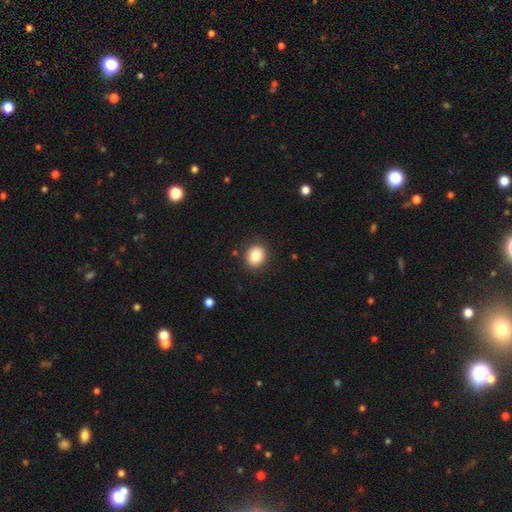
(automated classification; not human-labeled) Smooth or featured?
  - smooth: 85% *
  - star or artifact: 9%
  - featured or disk: 6%
How rounded?
  - round: 66% *
  - in between: 34%
  - cigar-shaped: 1%
Merging?
  - none: 88% *
  - minor disturbance: 8%
  - major disturbance: 2%
  - merger: 1%